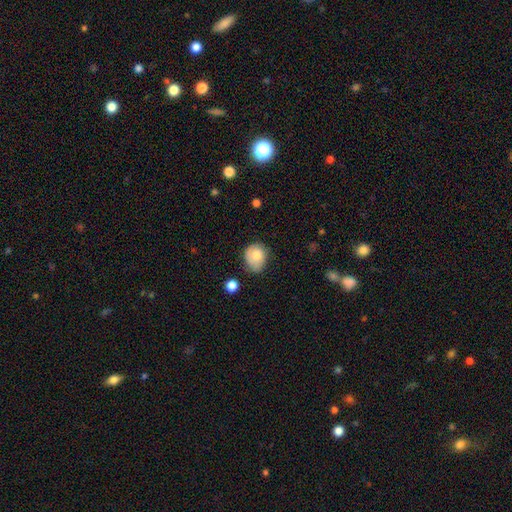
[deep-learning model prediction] smooth-or-featured: smooth: 71% | featured or disk: 21% | star or artifact: 8%
  how-rounded: round: 58% | in between: 41% | cigar-shaped: 1%
  merging: none: 55% | minor disturbance: 34% | major disturbance: 9% | merger: 3%